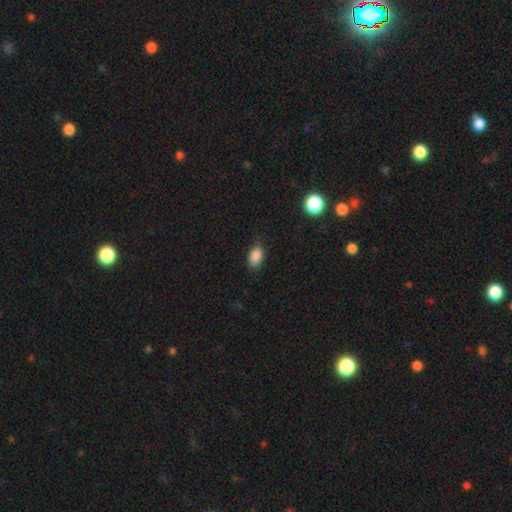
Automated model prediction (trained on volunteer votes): This is clearly a smooth galaxy (88%). How rounded: clearly in between (90%). Merging: clearly none (82%).